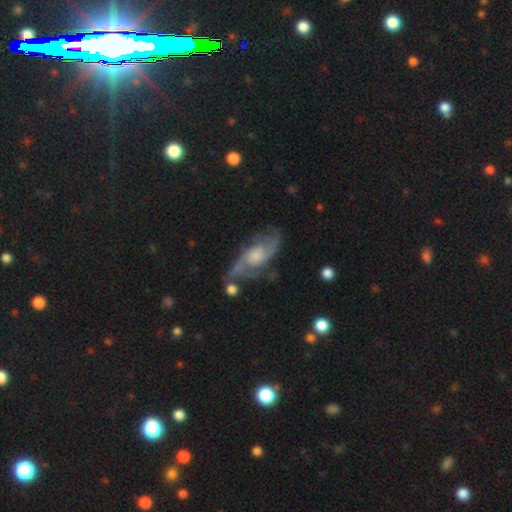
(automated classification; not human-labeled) Overall: featured or disk (85%). Edge-on disk: no (93%). Bar: no (60%; weak 33%). Spiral arms: yes (96%). Spiral arm count: 2 (80%). Spiral winding: medium (51%; loose 28%). Bulge size: moderate (42%; small 28%). Merging: none (68%).